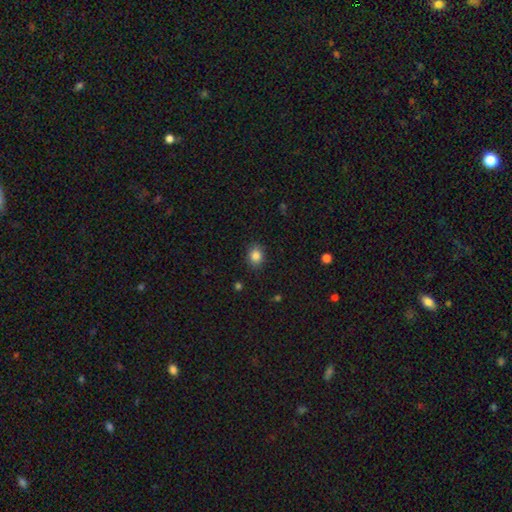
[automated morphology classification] smooth-or-featured: smooth: 85% | star or artifact: 10% | featured or disk: 5%
  how-rounded: round: 54% | in between: 46% | cigar-shaped: 1%
  merging: none: 86% | minor disturbance: 10% | major disturbance: 3% | merger: 1%